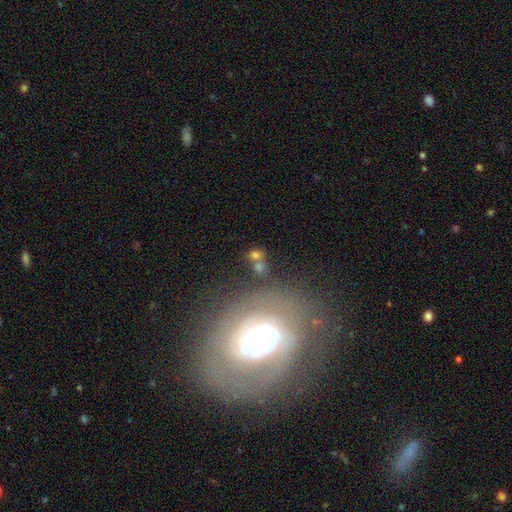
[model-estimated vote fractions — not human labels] This is likely a smooth galaxy (61%). How rounded: possibly round (55%). Merging: possibly none (48%).